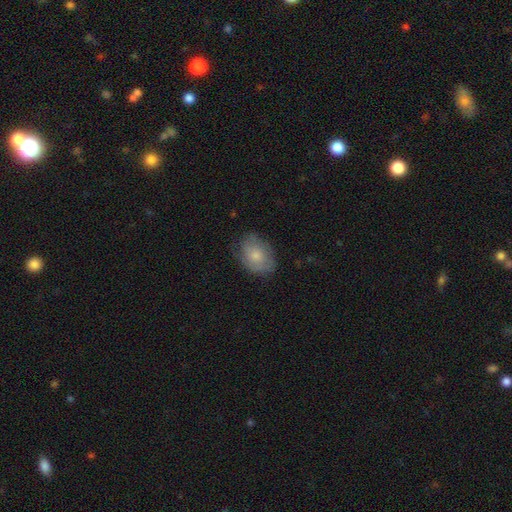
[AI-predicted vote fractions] Smooth or featured?
  - smooth: 69% *
  - featured or disk: 24%
  - star or artifact: 7%
How rounded?
  - in between: 73% *
  - round: 26%
  - cigar-shaped: 1%
Merging?
  - none: 69% *
  - minor disturbance: 24%
  - major disturbance: 6%
  - merger: 1%